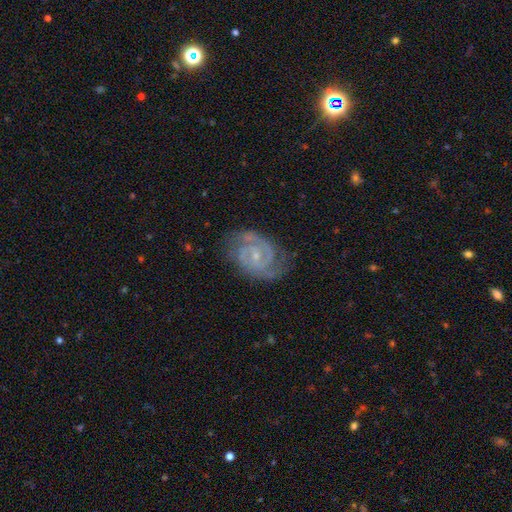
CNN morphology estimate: smooth_or_featured: featured or disk (p=0.92) [alt: star or artifact p=0.05]
disk_edge_on: no (p=0.98) [alt: yes p=0.02]
bar: no (p=0.56) [alt: weak p=0.35]
has_spiral_arms: yes (p=0.98) [alt: no p=0.02]
spiral_winding: tight (p=0.59) [alt: medium p=0.36]
spiral_arm_count: 2 (p=0.82) [alt: 3 p=0.09]
bulge_size: small (p=0.74) [alt: moderate p=0.21]
merging: none (p=0.77) [alt: minor disturbance p=0.17]